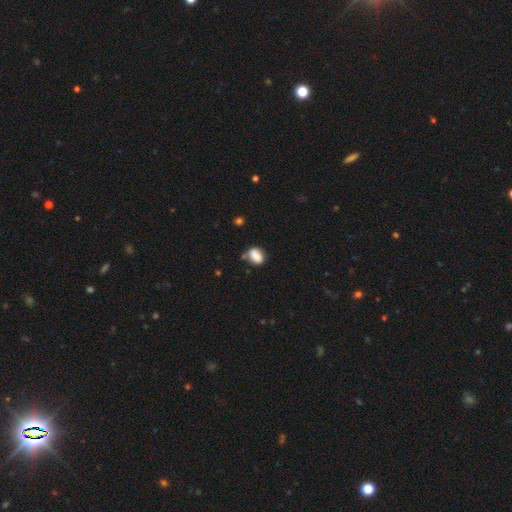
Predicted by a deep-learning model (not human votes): Morphology: type=smooth (84%); roundness=in between (76%); merging=none (57%).